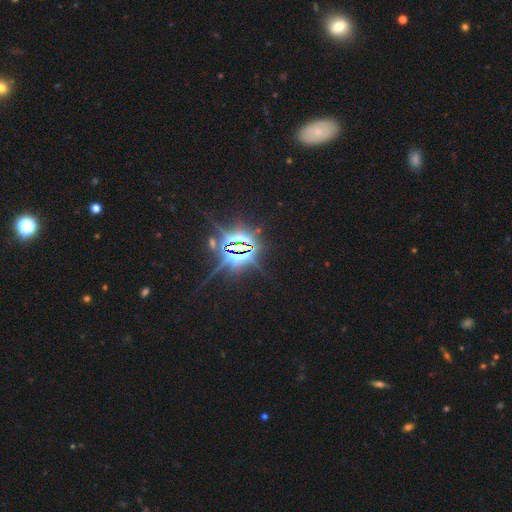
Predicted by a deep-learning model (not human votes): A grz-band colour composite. It shows a star or artifact, not a galaxy (83%).